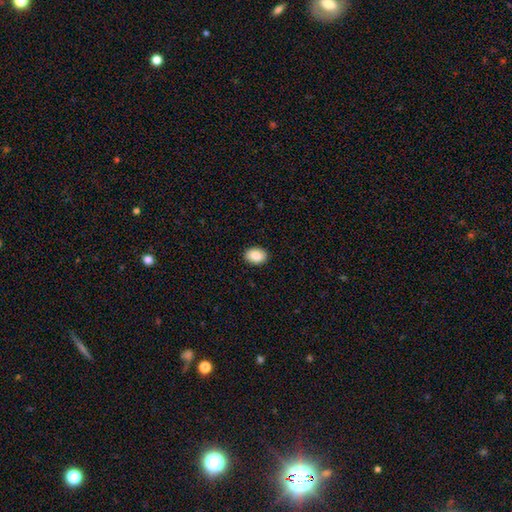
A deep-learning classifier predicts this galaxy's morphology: Smooth or featured? smooth (87%)
How rounded? in between (78%)
Merging? none (90%)